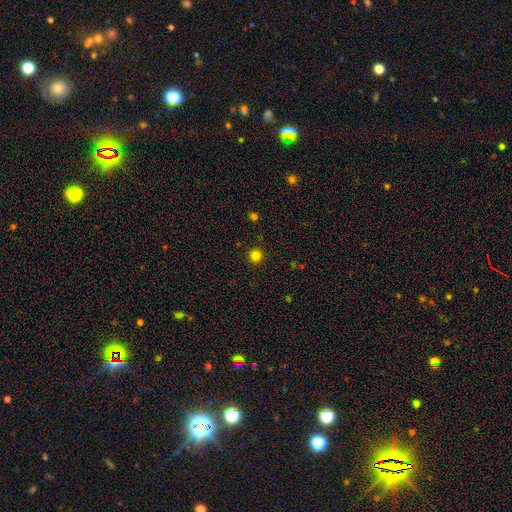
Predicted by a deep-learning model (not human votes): Q: Smooth or featured?
A: smooth (81%); runner-up: star or artifact (14%)
Q: How rounded?
A: round (94%); runner-up: in between (5%)
Q: Merging?
A: none (92%); runner-up: minor disturbance (5%)